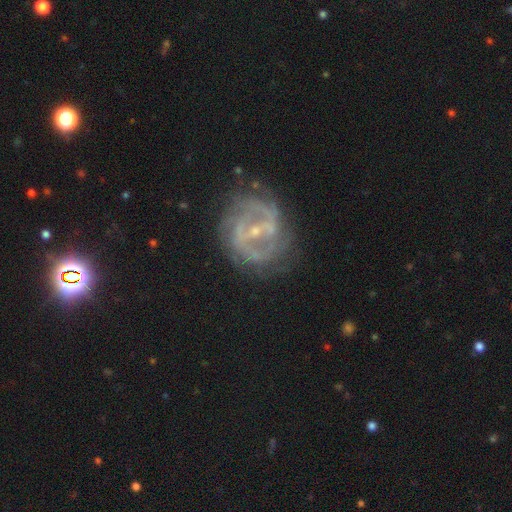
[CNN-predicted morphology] Smooth or featured: featured or disk — 84% (smooth — 9%)
Edge-on disk: no — 96% (yes — 4%)
Bar: strong — 50% (weak — 35%)
Spiral arms: yes — 81% (no — 19%)
Spiral winding: tight — 46% (medium — 39%)
Spiral arm count: 2 — 47% (can't tell — 29%)
Bulge size: small — 72% (moderate — 24%)
Merging: none — 69% (minor disturbance — 18%)